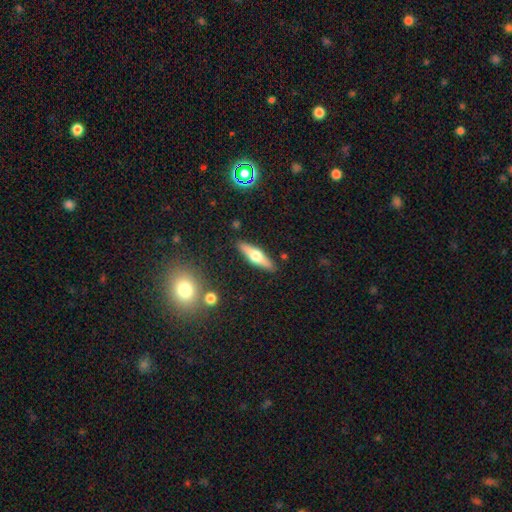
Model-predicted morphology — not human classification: Smooth or featured: featured or disk — 54% (smooth — 39%)
Edge-on disk: yes — 93% (no — 7%)
Edge-on bulge: rounded — 94% (boxy — 4%)
Merging: none — 88% (minor disturbance — 8%)